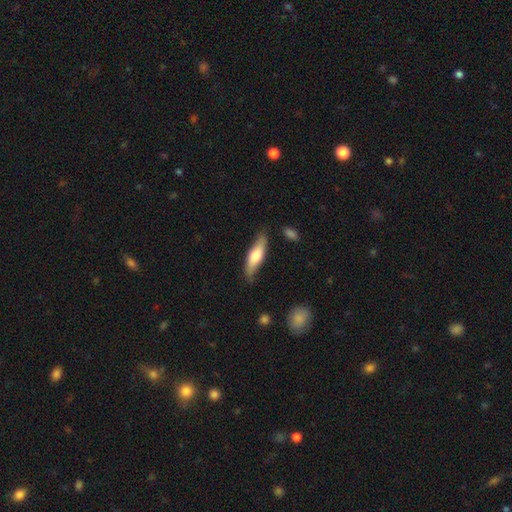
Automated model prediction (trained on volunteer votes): The model was most divided on "how rounded": cigar-shaped: 59%, in between: 39%, round: 2%. More confident: merging — none (75%); smooth or featured — smooth (62%).